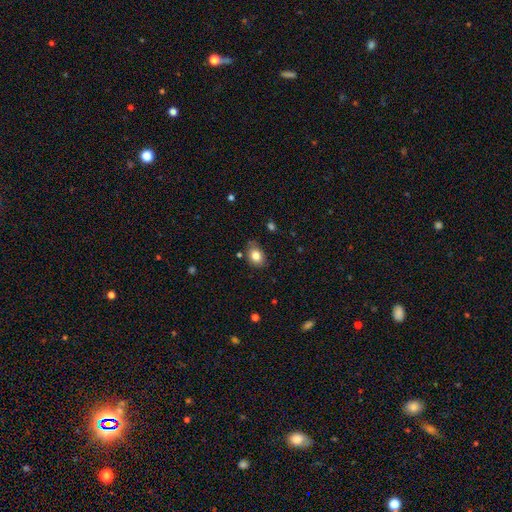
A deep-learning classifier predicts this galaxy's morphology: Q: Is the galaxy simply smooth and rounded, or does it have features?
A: smooth — 82%.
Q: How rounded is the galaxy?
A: in between — 68%.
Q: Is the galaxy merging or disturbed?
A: none — 75%.